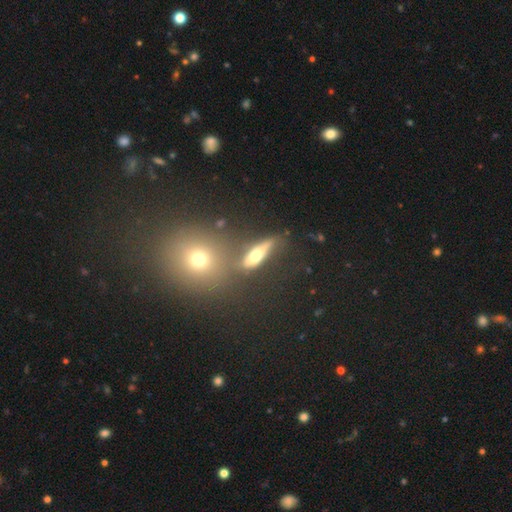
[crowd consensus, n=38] Morphology: type=smooth (55%); roundness=in between (71%); merging=minor disturbance (35%).